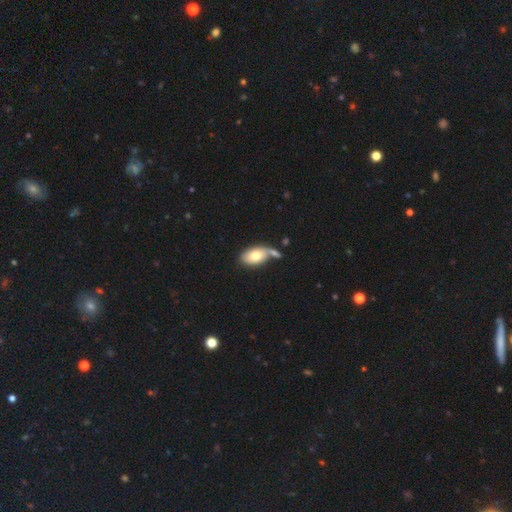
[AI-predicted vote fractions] Q: Smooth or featured?
A: smooth (72%); runner-up: featured or disk (22%)
Q: How rounded?
A: in between (92%); runner-up: round (6%)
Q: Merging?
A: none (38%); runner-up: merger (34%)